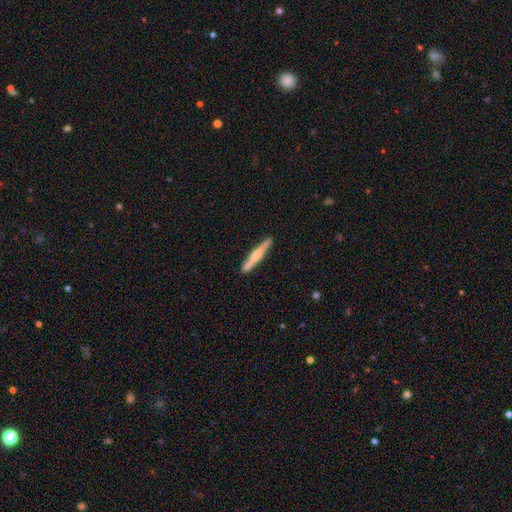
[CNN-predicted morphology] smooth_or_featured: smooth (p=0.49) [alt: featured or disk p=0.46]
merging: none (p=0.88) [alt: minor disturbance p=0.09]